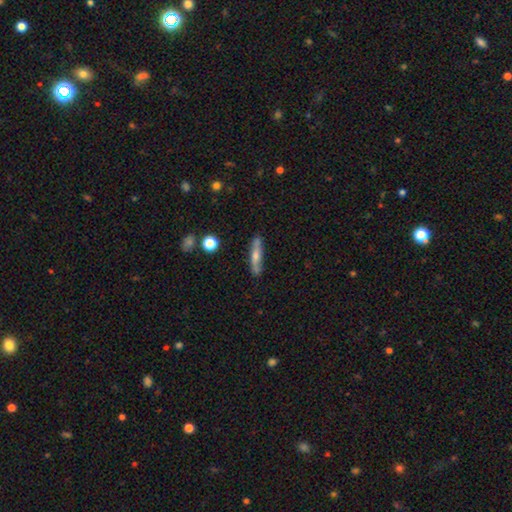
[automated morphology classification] A featured or disk galaxy (47%).

Vote fractions:
- Smooth or featured? featured or disk: 47% / smooth: 46% / star or artifact: 7%
- Merging? none: 82% / minor disturbance: 13% / major disturbance: 3% / merger: 2%